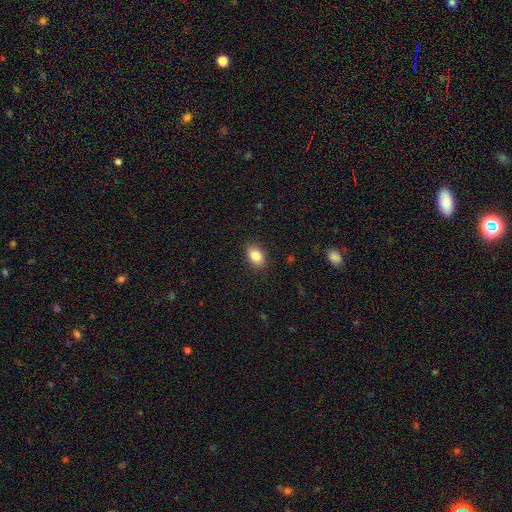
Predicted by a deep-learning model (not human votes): A smooth galaxy with no disk features (85%) that is in between round and cigar-shaped (82%). Merging: none (89%).